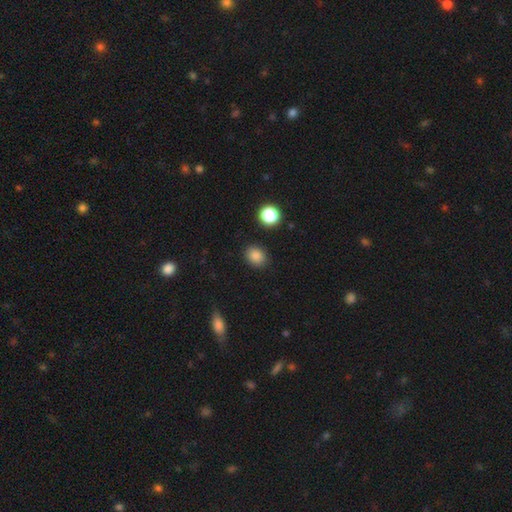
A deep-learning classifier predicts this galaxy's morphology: This is clearly a smooth galaxy (85%). How rounded: possibly round (57%). Merging: clearly none (87%).